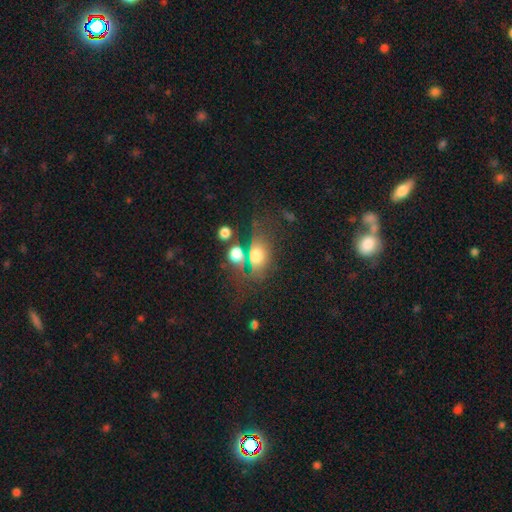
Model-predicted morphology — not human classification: Q: Smooth or featured?
A: smooth (65%); runner-up: featured or disk (18%)
Q: How rounded?
A: in between (61%); runner-up: round (35%)
Q: Merging?
A: none (44%); runner-up: merger (22%)